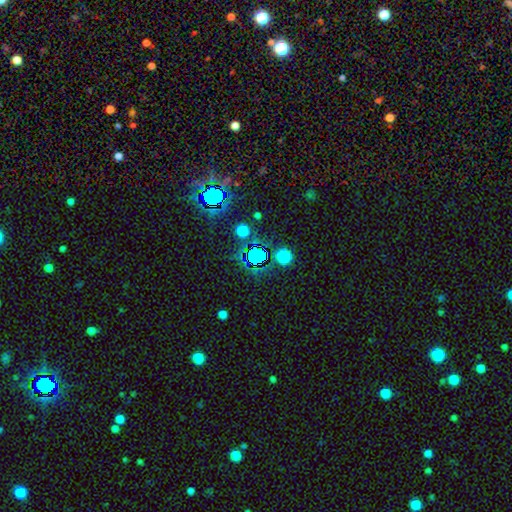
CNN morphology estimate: A star or artifact, not a galaxy (62%).

Vote fractions:
- Smooth or featured? star or artifact: 62% / smooth: 28% / featured or disk: 10%